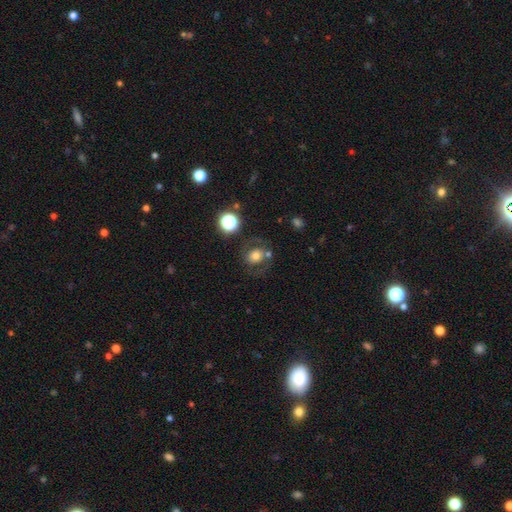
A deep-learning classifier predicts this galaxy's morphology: This appears to be a smooth galaxy with no disk features (55%) that is round (73%). Merging: none (63%).